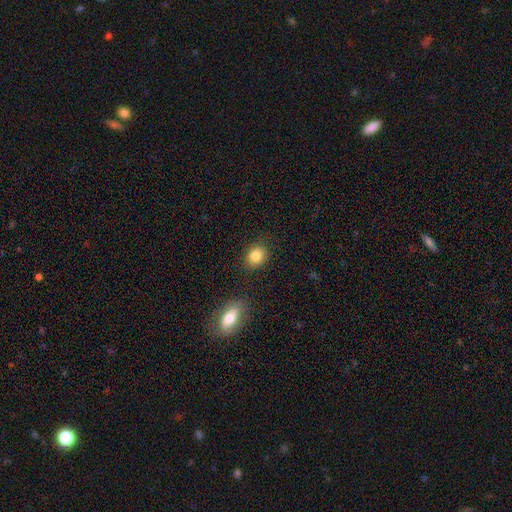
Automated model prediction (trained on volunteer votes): A smooth galaxy with no disk features (84%) that is round (61%). Merging: none (86%).